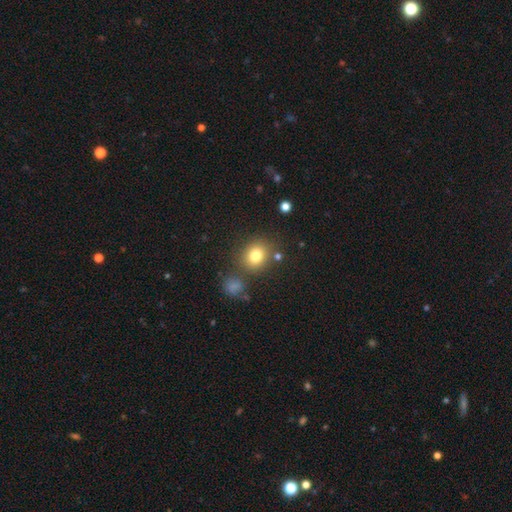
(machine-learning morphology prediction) smooth-or-featured: smooth: 78% | star or artifact: 13% | featured or disk: 9%
  how-rounded: round: 76% | in between: 23% | cigar-shaped: 1%
  merging: none: 77% | minor disturbance: 10% | merger: 8% | major disturbance: 4%